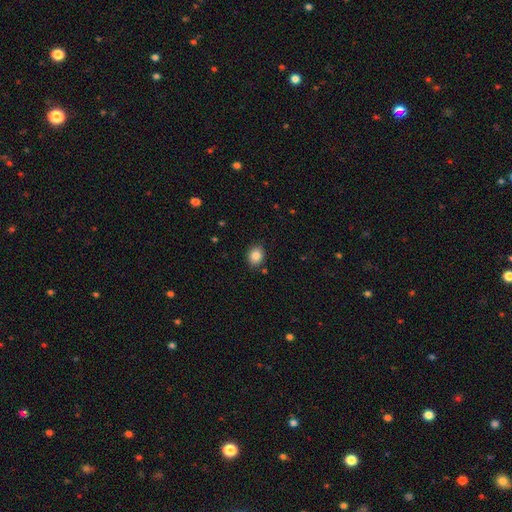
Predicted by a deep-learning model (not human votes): Smooth or featured: smooth — 86% (star or artifact — 9%)
How rounded: in between — 56% (round — 43%)
Merging: none — 85% (minor disturbance — 10%)